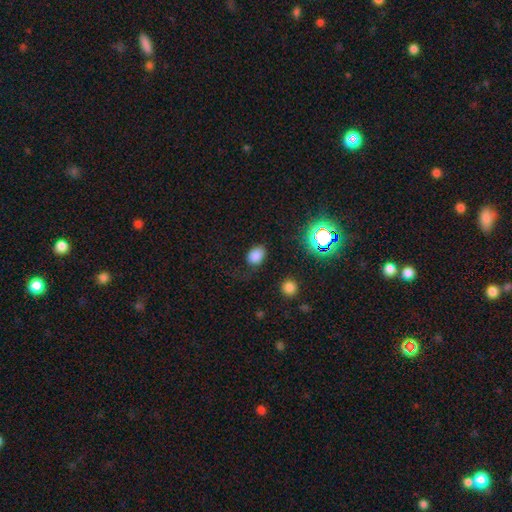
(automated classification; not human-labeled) The model was most divided on "how rounded": in between: 75%, round: 24%, cigar-shaped: 1%. More confident: smooth or featured — smooth (78%); merging — none (70%).